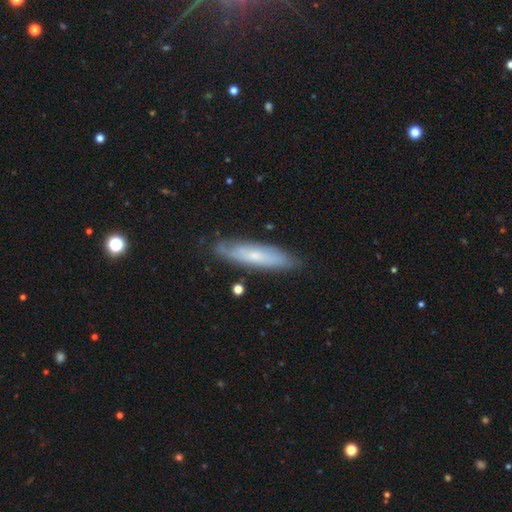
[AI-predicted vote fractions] Morphology: type=featured or disk (50%); edge-on=no (52%); merging=none (80%).